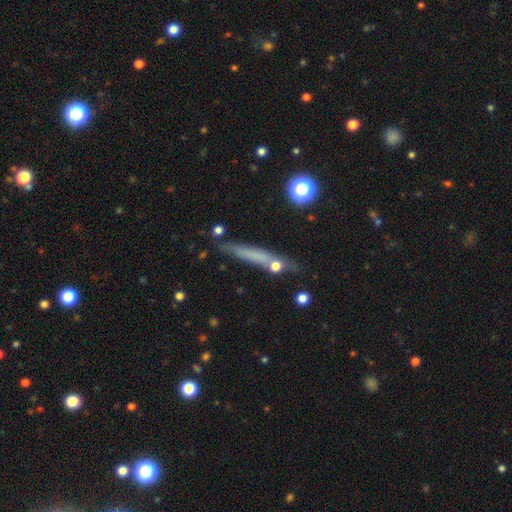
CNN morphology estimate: Smooth or featured? smooth (55%)
How rounded? cigar-shaped (91%)
Merging? none (76%)